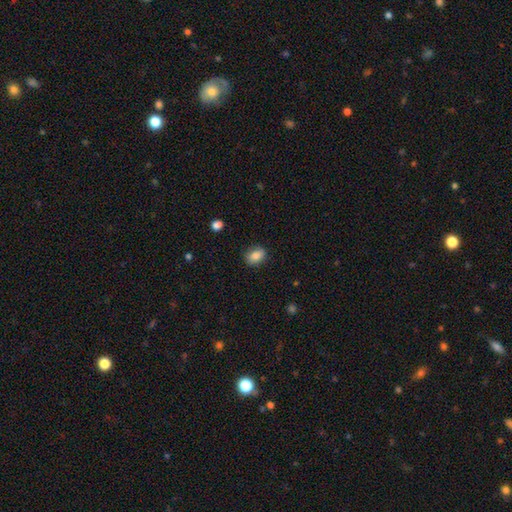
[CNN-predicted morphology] smooth_or_featured: smooth (p=0.85) [alt: star or artifact p=0.09]
how_rounded: in between (p=0.69) [alt: round p=0.30]
merging: none (p=0.84) [alt: minor disturbance p=0.12]